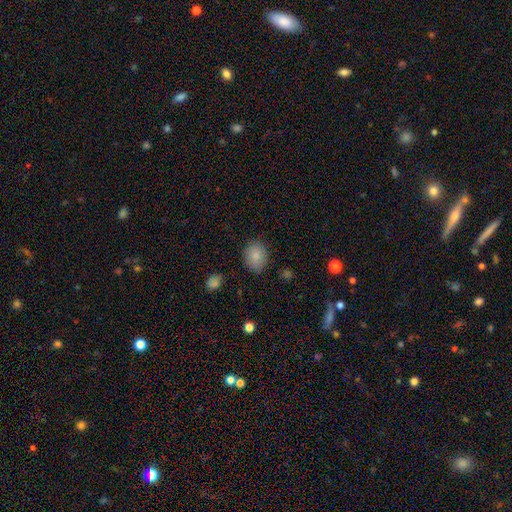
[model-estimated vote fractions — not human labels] smooth 85%, star or artifact 8%, featured or disk 7%. Down the decision tree: how rounded — in between (58%); merging — none (85%).